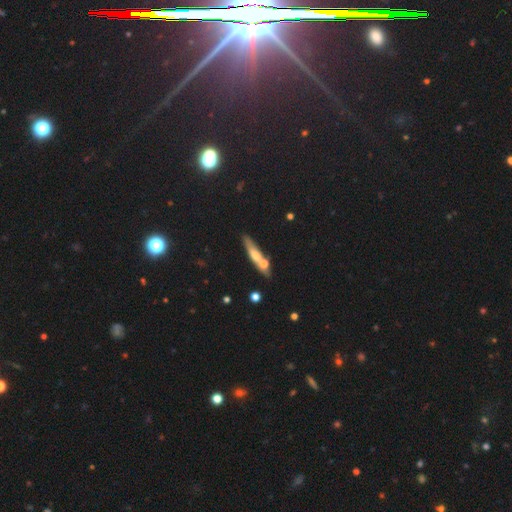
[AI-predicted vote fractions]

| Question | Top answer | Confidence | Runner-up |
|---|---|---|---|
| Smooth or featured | smooth | 53% | featured or disk (39%) |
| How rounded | cigar-shaped | 81% | in between (16%) |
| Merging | none | 65% | merger (18%) |